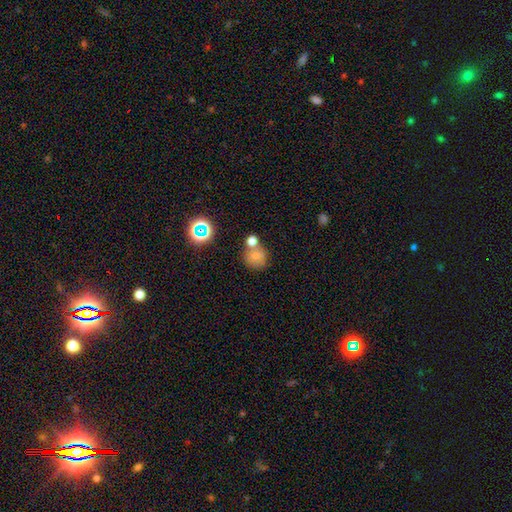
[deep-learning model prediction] A smooth galaxy with no disk features (75%) that is round (83%). Merging: none (50%).